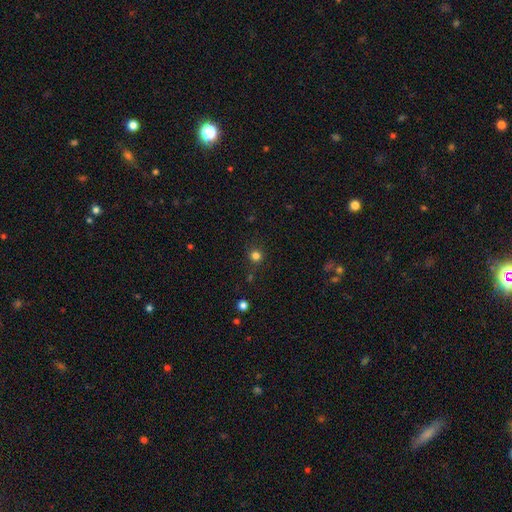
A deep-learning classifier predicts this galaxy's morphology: A smooth galaxy with no disk features (79%) that is round (94%).

Vote fractions:
- Smooth or featured? smooth: 79% / star or artifact: 16% / featured or disk: 5%
- How rounded? round: 94% / in between: 5% / cigar-shaped: 1%
- Merging? none: 87% / minor disturbance: 8% / major disturbance: 3% / merger: 2%